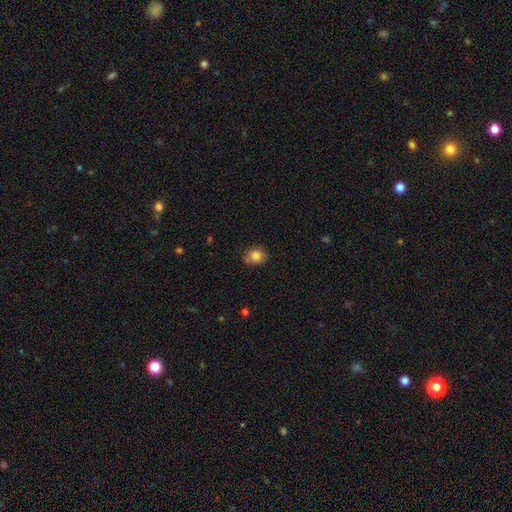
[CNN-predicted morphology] type=smooth (85%); roundness=round (78%); merging=none (70%).